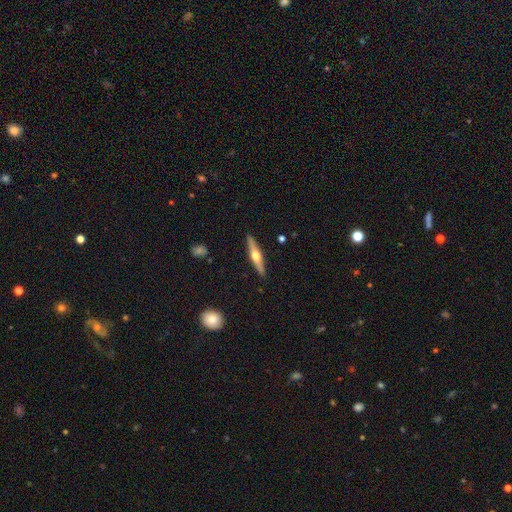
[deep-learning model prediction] This is likely a featured or disk galaxy (66%). It is clearly viewed edge-on (97%). Edge-on bulge: clearly rounded (95%). Merging: clearly none (90%).